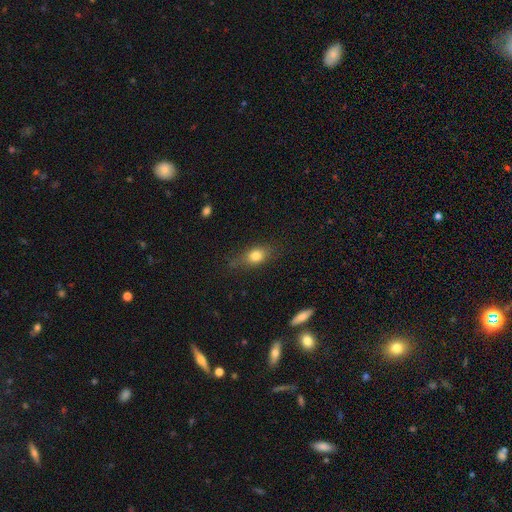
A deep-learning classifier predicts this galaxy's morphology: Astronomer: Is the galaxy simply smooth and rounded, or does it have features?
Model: smooth — 76%.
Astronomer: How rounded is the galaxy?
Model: in between — 66%.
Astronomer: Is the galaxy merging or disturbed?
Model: none — 69%.